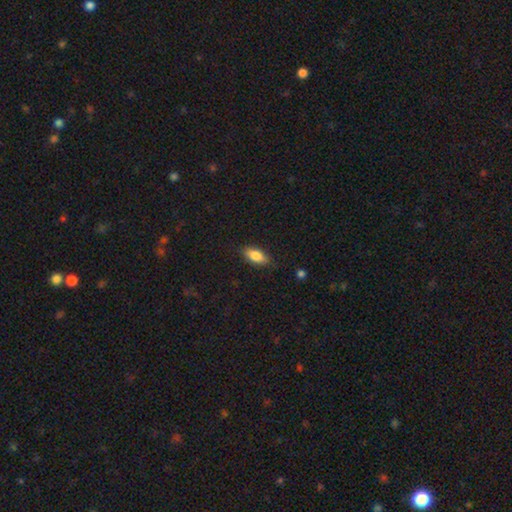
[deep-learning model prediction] This is clearly a smooth galaxy (83%). How rounded: clearly in between (87%). Merging: clearly none (85%).